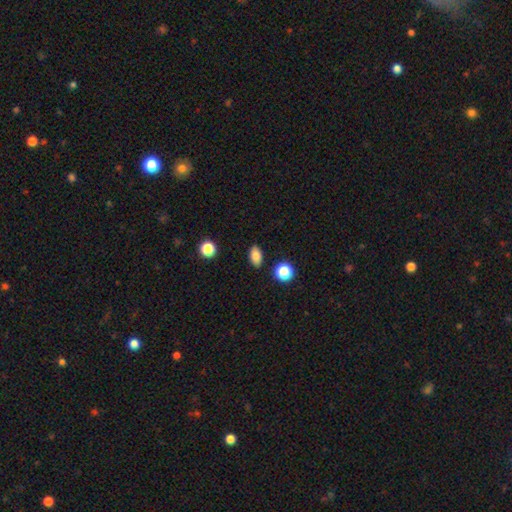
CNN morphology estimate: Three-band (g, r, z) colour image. It shows a smooth galaxy with no disk features (83%) that is in between round and cigar-shaped (86%). Merging: none (87%).